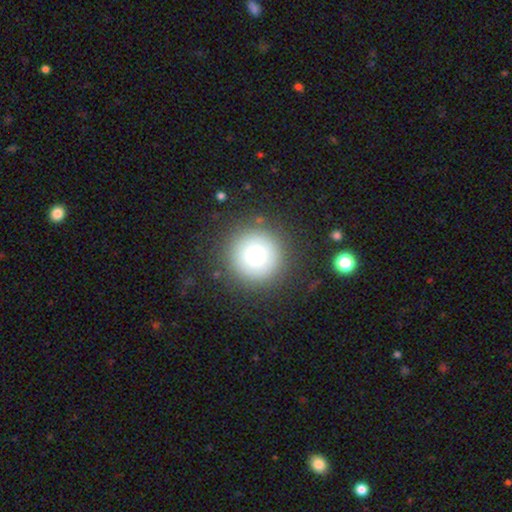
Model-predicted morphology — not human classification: Q: Smooth or featured?
A: smooth (75%); runner-up: star or artifact (13%)
Q: How rounded?
A: round (96%); runner-up: in between (3%)
Q: Merging?
A: none (86%); runner-up: minor disturbance (8%)